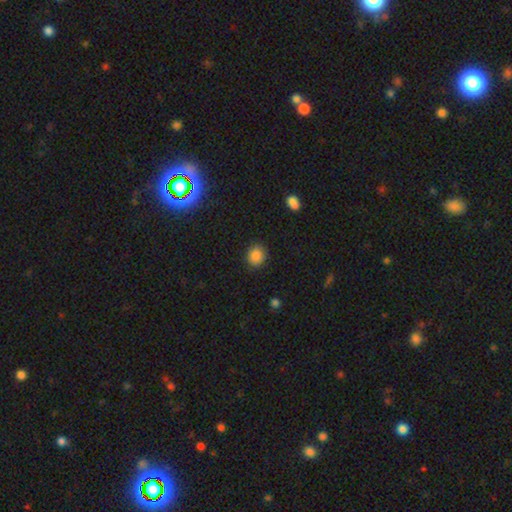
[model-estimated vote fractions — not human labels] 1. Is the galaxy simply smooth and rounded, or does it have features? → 86% smooth, 10% star or artifact, 4% featured or disk.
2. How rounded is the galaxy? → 71% round, 28% in between, 1% cigar-shaped.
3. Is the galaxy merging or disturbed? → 88% none, 9% minor disturbance, 3% major disturbance, 1% merger.